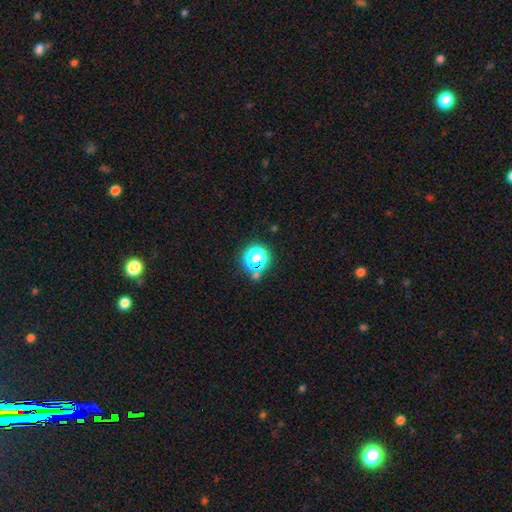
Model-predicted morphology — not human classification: type=smooth (48%); merging=none (68%).